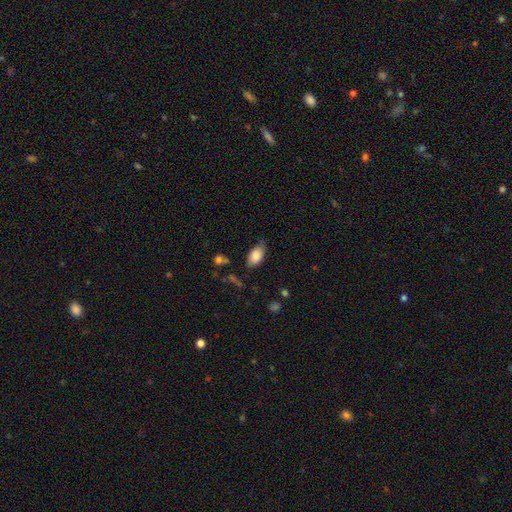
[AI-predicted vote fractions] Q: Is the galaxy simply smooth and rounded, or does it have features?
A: smooth — 83%.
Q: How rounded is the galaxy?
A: in between — 92%.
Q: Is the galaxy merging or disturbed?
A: none — 67%.